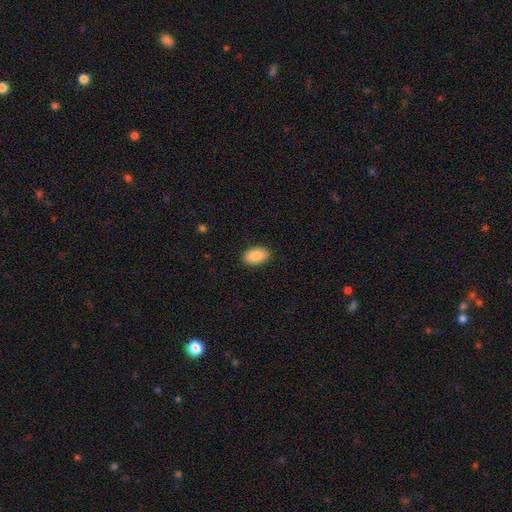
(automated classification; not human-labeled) This appears to be a smooth galaxy with no disk features (89%) that is in between round and cigar-shaped (93%). Merging: none (89%).